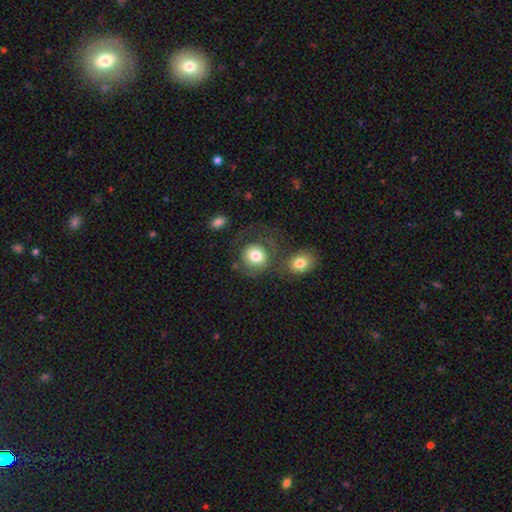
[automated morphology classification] type=smooth (75%); roundness=round (84%); merging=none (50%).